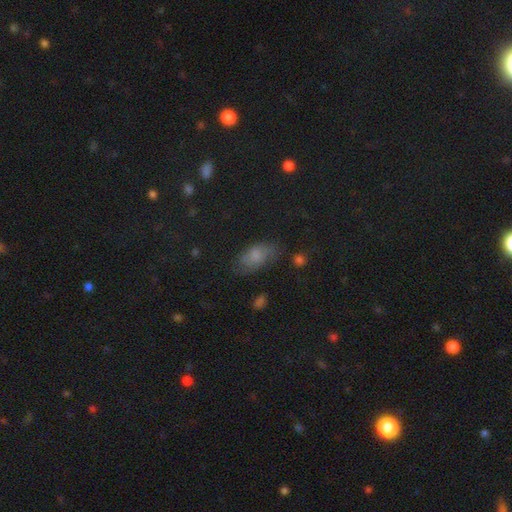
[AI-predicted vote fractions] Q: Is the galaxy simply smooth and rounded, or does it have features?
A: smooth — 67%.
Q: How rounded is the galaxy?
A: in between — 90%.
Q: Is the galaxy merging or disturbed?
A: none — 65%.